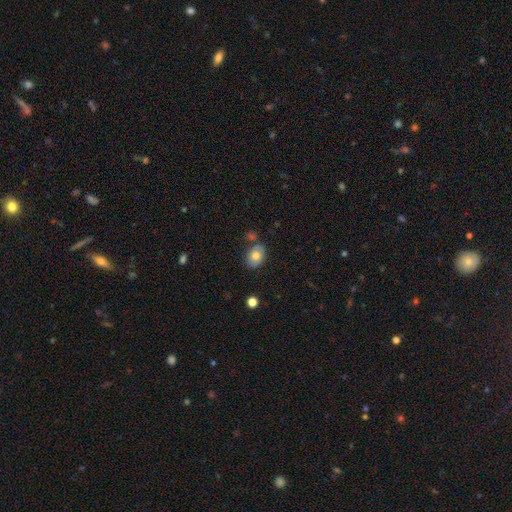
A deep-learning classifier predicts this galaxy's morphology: Smooth or featured? Predicted: smooth (p=0.74). How rounded? Predicted: in between (p=0.75). Merging? Predicted: none (p=0.73).